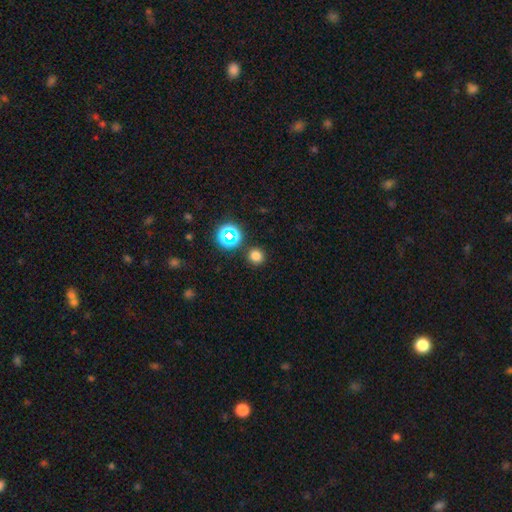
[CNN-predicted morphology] type=smooth (74%); roundness=round (93%); merging=none (89%).